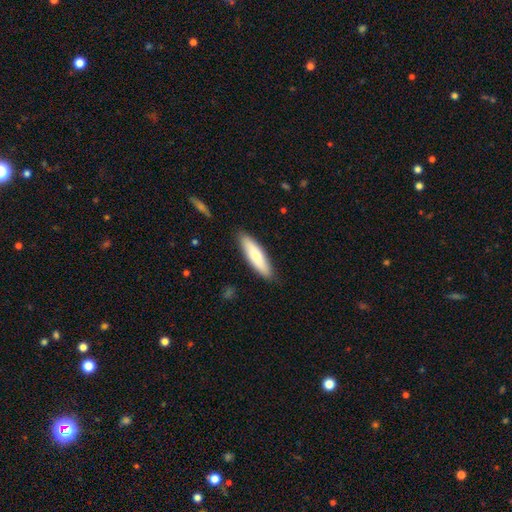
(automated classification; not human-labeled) Smooth or featured: smooth — 65% (featured or disk — 30%)
How rounded: cigar-shaped — 61% (in between — 37%)
Merging: none — 88% (minor disturbance — 9%)